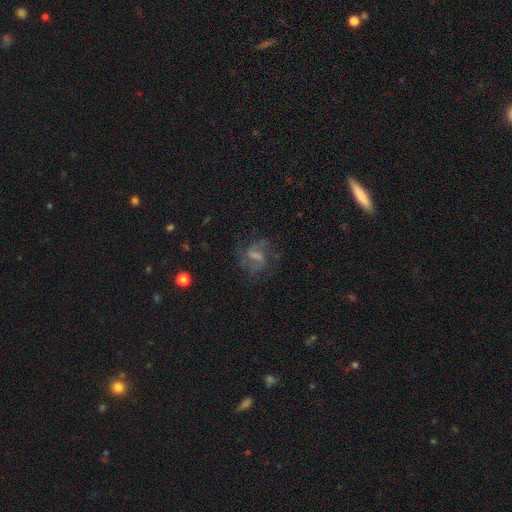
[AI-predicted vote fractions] A featured or disk galaxy (73%) with a weak bar (52%), 2 (67%) medium (51%) spiral arms (92%) and a small central bulge (36%).

Vote fractions:
- Smooth or featured? featured or disk: 73% / smooth: 14% / star or artifact: 13%
- Edge-on disk? no: 96% / yes: 4%
- Bar? weak: 52% / strong: 28% / no: 20%
- Spiral arms? yes: 92% / no: 8%
- Spiral winding? medium: 51% / loose: 28% / tight: 21%
- Spiral arm count? 2: 67% / can't tell: 15% / 3: 9% / 1: 4% / 4: 3% / more than 4: 3%
- Bulge size? small: 36% / none: 32% / moderate: 25% / large: 5% / dominant: 1%
- Merging? none: 71% / minor disturbance: 15% / major disturbance: 13% / merger: 2%